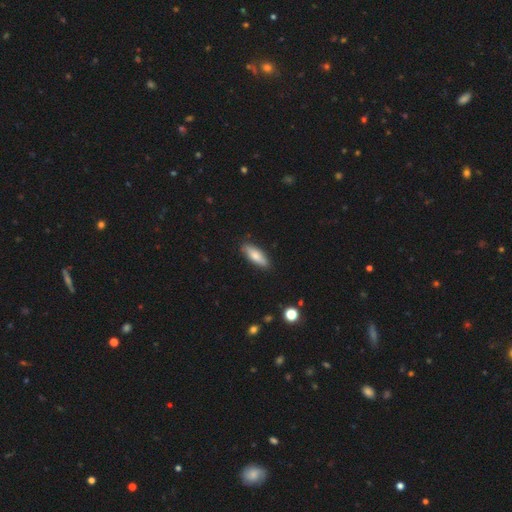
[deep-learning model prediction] Morphology: type=smooth (77%); roundness=in between (56%); merging=none (87%).